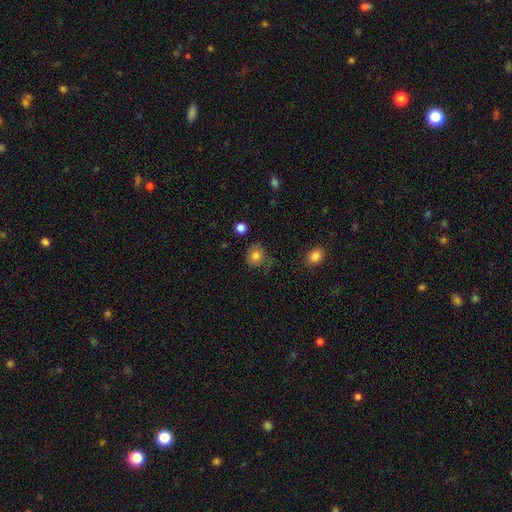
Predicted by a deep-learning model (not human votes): This is clearly a smooth galaxy (80%). How rounded: likely round (75%). Merging: likely none (69%).